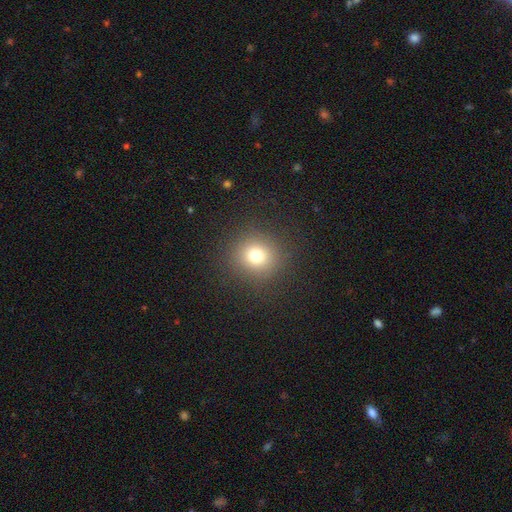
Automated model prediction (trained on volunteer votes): Q: Smooth or featured?
A: smooth (74%); runner-up: star or artifact (17%)
Q: How rounded?
A: round (91%); runner-up: in between (8%)
Q: Merging?
A: none (90%); runner-up: minor disturbance (6%)